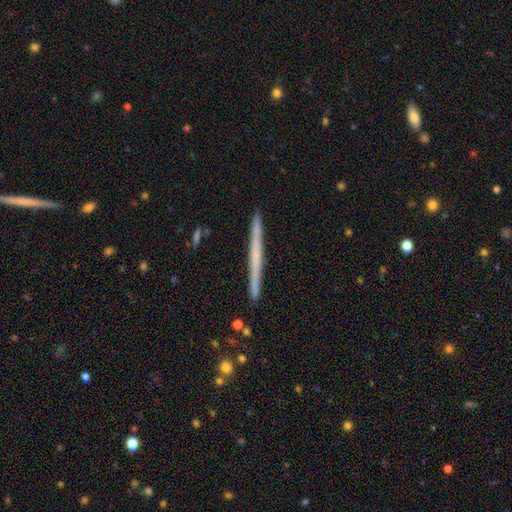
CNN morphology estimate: featured or disk 59%, smooth 34%, star or artifact 7%. Down the decision tree: edge-on disk — yes (98%); edge-on bulge — none (74%); merging — none (91%).